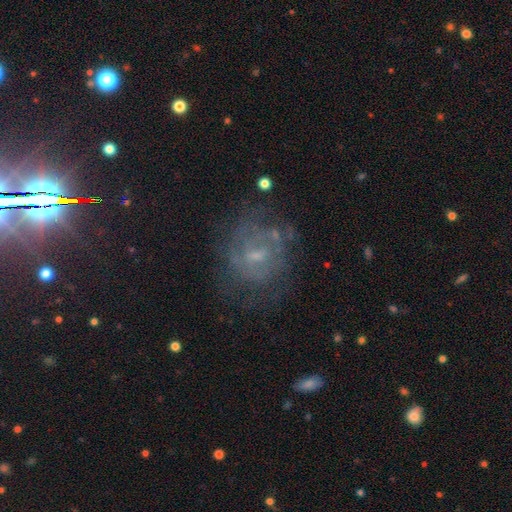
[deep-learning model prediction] Smooth or featured? featured or disk (64%)
Edge-on disk? no (97%)
Bar? weak (47%)
Spiral arms? yes (61%)
Bulge size? small (52%)
Merging? none (60%)